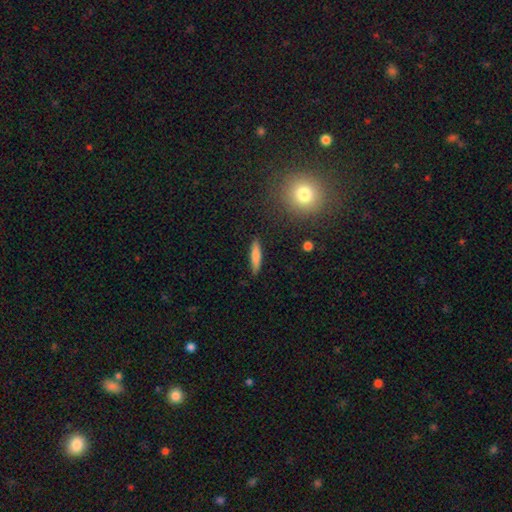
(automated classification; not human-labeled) A smooth galaxy with no disk features (77%) that is cigar-shaped (80%). Merging: none (84%).